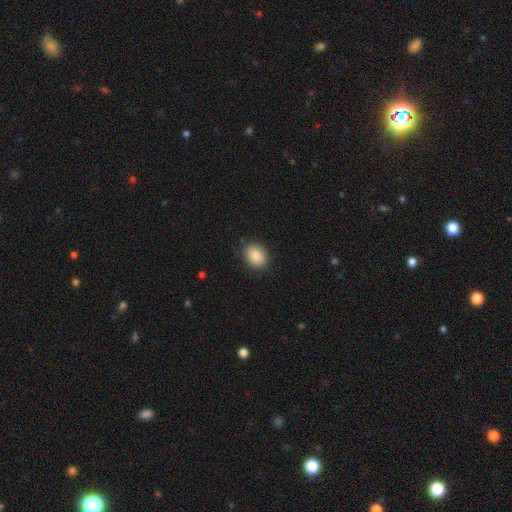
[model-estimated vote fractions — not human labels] This is clearly a smooth galaxy (86%). How rounded: possibly in between (56%). Merging: clearly none (85%).